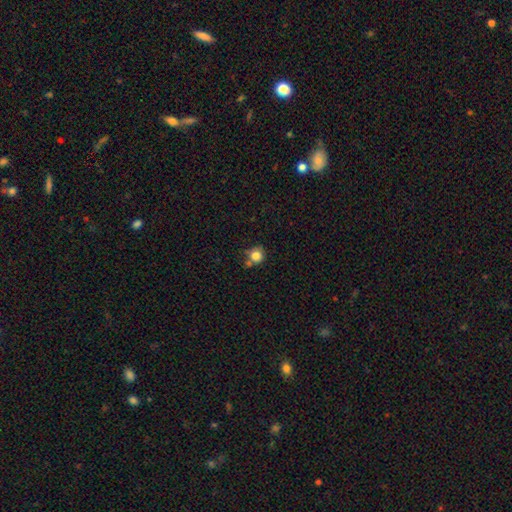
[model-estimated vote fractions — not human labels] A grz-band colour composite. It shows a smooth galaxy with no disk features (81%) that is round (87%). Merging: none (60%).